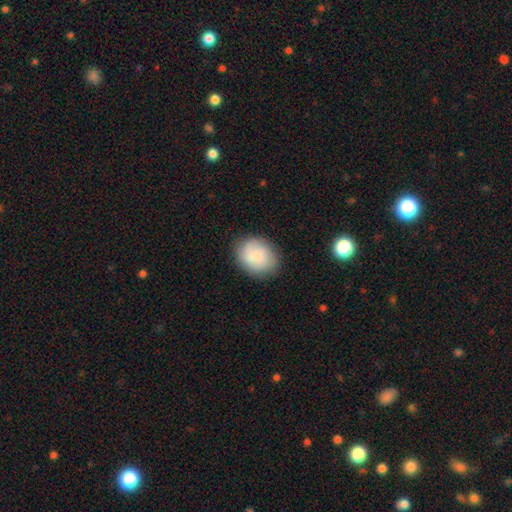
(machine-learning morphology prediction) A smooth galaxy with no disk features (77%) that is in between round and cigar-shaped (51%). Merging: none (82%).